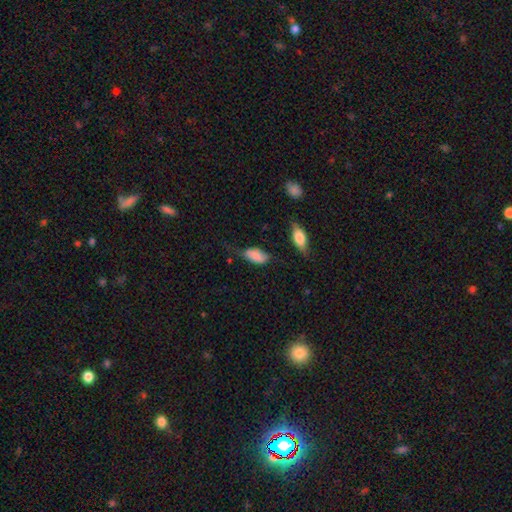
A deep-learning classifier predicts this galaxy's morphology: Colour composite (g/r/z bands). It shows a smooth galaxy with no disk features (80%) that is in between round and cigar-shaped (92%). Merging: none (45%).